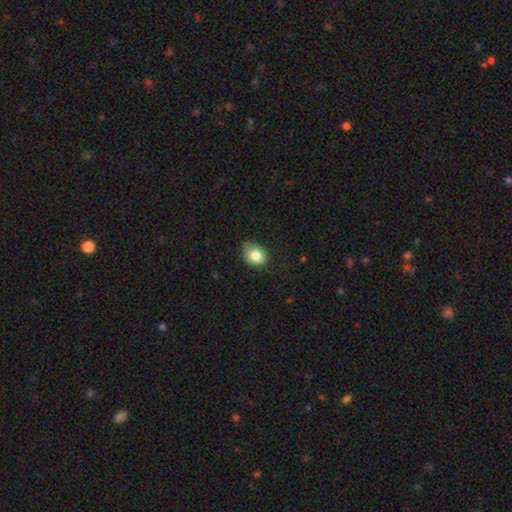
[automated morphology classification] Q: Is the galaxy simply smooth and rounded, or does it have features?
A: smooth — 83%.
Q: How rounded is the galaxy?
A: round — 54%.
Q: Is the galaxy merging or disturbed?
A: none — 58%.